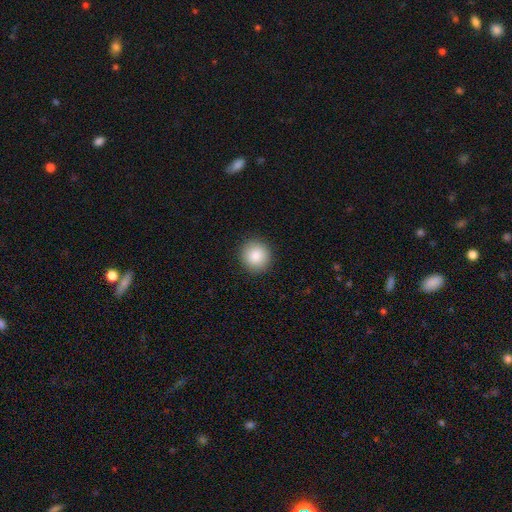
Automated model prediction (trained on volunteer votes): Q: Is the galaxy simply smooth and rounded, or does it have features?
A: smooth — 87%.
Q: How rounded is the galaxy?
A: round — 92%.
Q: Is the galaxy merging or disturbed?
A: none — 91%.